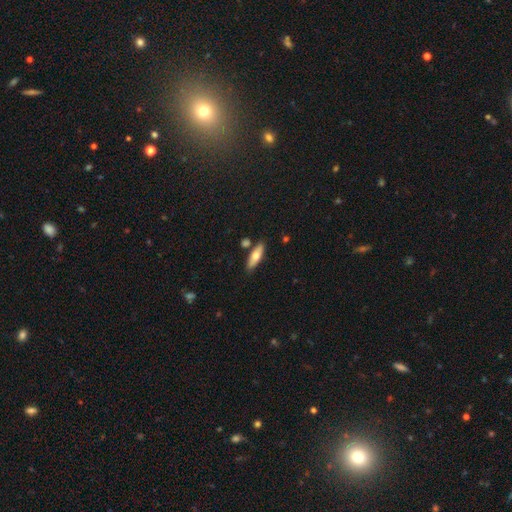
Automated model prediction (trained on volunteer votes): Smooth or featured? Predicted: smooth (p=0.64). How rounded? Predicted: in between (p=0.53). Merging? Predicted: none (p=0.80).